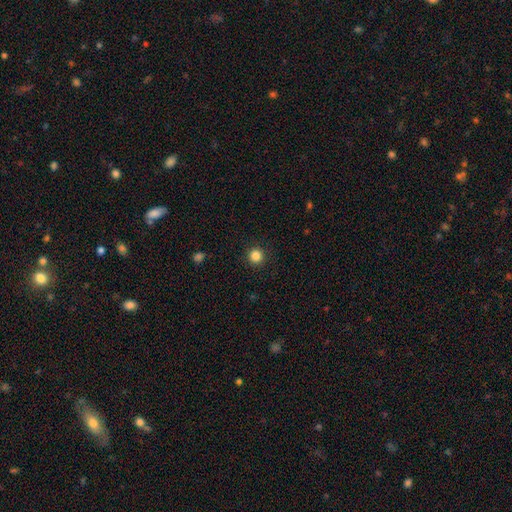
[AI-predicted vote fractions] A smooth galaxy with no disk features (85%) that is round (95%).

Vote fractions:
- Smooth or featured? smooth: 85% / star or artifact: 11% / featured or disk: 3%
- How rounded? round: 95% / in between: 4% / cigar-shaped: 1%
- Merging? none: 92% / minor disturbance: 5% / major disturbance: 2% / merger: 1%